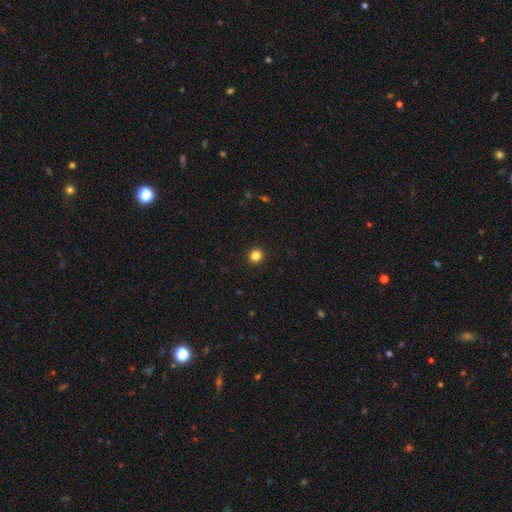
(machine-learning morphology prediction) smooth 85%, star or artifact 12%, featured or disk 4%. Down the decision tree: how rounded — round (92%); merging — none (93%).